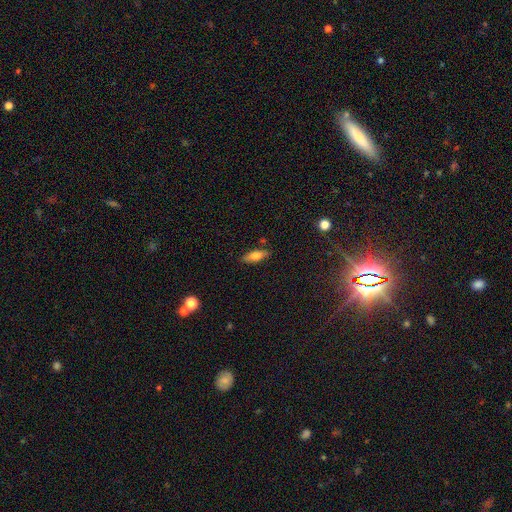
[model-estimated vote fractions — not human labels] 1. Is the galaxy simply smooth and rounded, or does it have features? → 70% smooth, 22% featured or disk, 8% star or artifact.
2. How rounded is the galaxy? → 68% in between, 29% cigar-shaped, 3% round.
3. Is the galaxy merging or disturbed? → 82% none, 13% minor disturbance, 3% merger, 3% major disturbance.